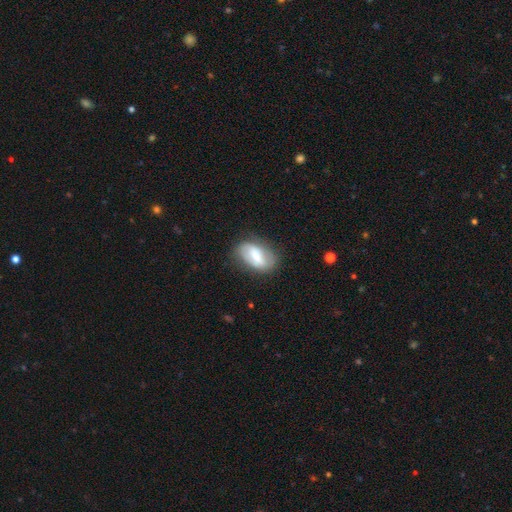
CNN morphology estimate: Smooth or featured?
  - featured or disk: 51% *
  - smooth: 42%
  - star or artifact: 7%
Edge-on disk?
  - no: 91% *
  - yes: 9%
Merging?
  - none: 71% *
  - minor disturbance: 21%
  - major disturbance: 7%
  - merger: 2%